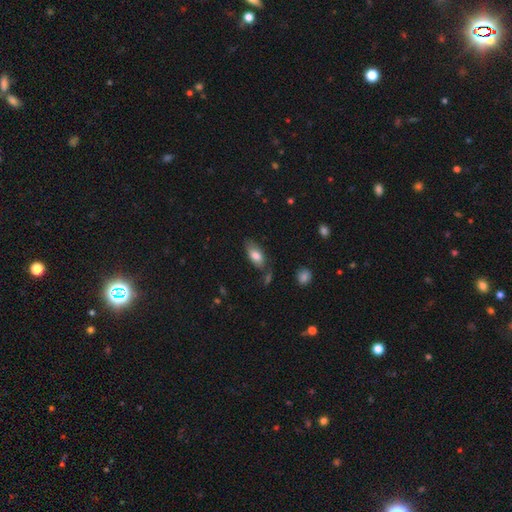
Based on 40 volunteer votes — This is likely a smooth galaxy (68%). How rounded: clearly in between (81%). Merging: marginally none (43%).